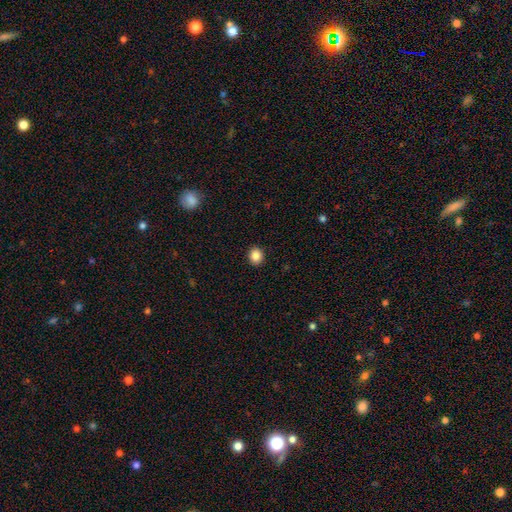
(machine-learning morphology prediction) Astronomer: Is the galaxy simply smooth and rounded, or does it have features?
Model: smooth — 86%.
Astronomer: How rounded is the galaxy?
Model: round — 76%.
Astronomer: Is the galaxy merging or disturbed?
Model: none — 92%.